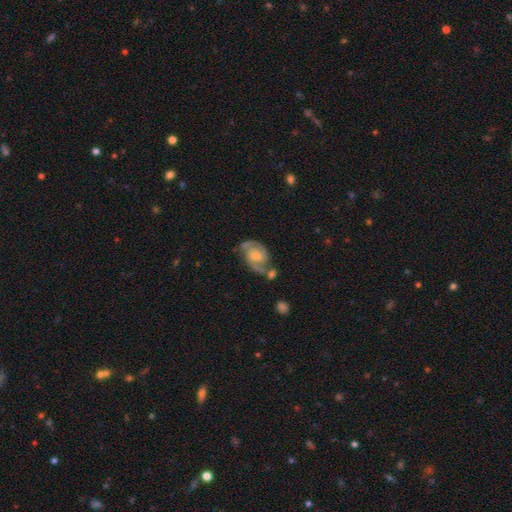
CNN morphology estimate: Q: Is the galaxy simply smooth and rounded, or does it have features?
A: featured or disk — 87%.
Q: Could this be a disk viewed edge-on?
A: no — 98%.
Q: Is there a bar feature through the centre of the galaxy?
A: no — 58%.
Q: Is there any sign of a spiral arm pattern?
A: yes — 97%.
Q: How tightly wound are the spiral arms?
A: medium — 53%.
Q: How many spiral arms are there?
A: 2 — 91%.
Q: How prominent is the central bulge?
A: moderate — 46%.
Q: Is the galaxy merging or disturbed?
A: none — 59%.